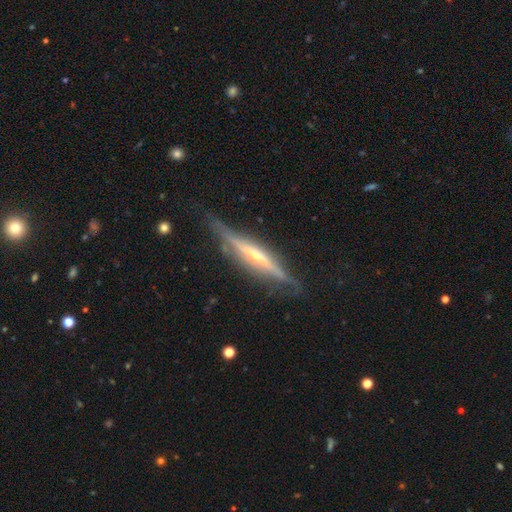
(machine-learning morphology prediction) Smooth or featured: featured or disk — 79% (smooth — 15%)
Edge-on disk: yes — 95% (no — 5%)
Edge-on bulge: rounded — 63% (none — 26%)
Merging: none — 78% (minor disturbance — 16%)